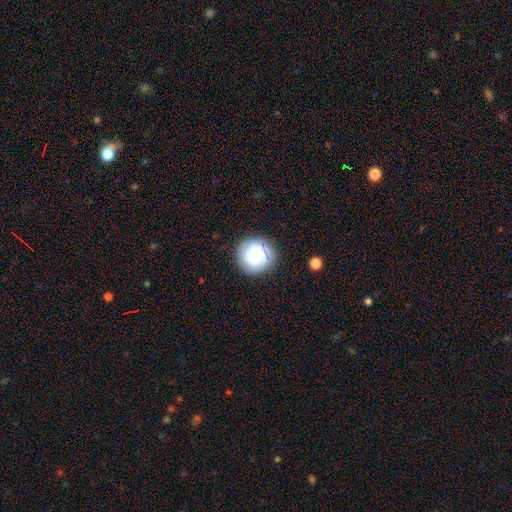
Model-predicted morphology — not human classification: Q: Smooth or featured?
A: smooth (66%); runner-up: featured or disk (25%)
Q: How rounded?
A: round (91%); runner-up: in between (8%)
Q: Merging?
A: none (82%); runner-up: minor disturbance (12%)